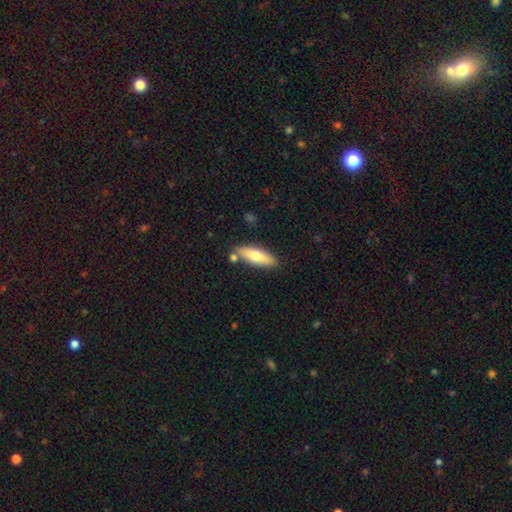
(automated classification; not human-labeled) Morphology: type=smooth (68%); roundness=in between (51%); merging=none (79%).